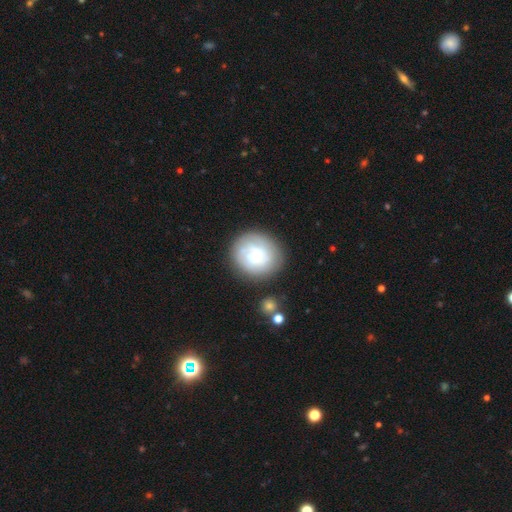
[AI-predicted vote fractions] This is possibly a smooth galaxy (48%). Merging: likely none (72%).